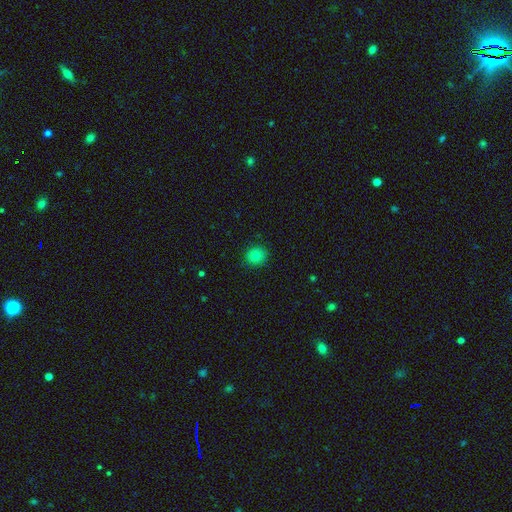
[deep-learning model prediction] A smooth galaxy with no disk features (80%) that is round (85%).

Vote fractions:
- Smooth or featured? smooth: 80% / star or artifact: 12% / featured or disk: 7%
- How rounded? round: 85% / in between: 14% / cigar-shaped: 1%
- Merging? none: 89% / minor disturbance: 7% / major disturbance: 2% / merger: 1%